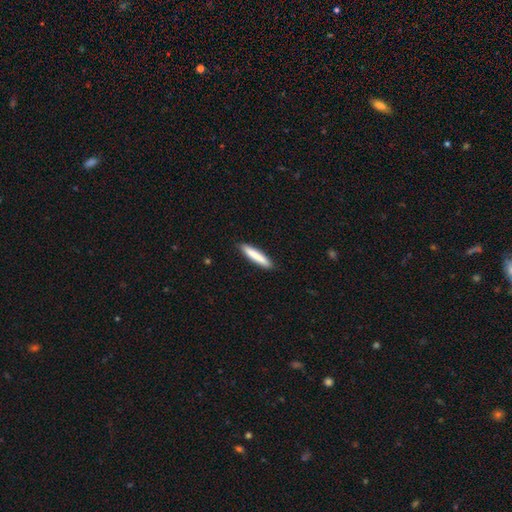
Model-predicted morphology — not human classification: type=smooth (83%); roundness=cigar-shaped (90%); merging=none (90%).